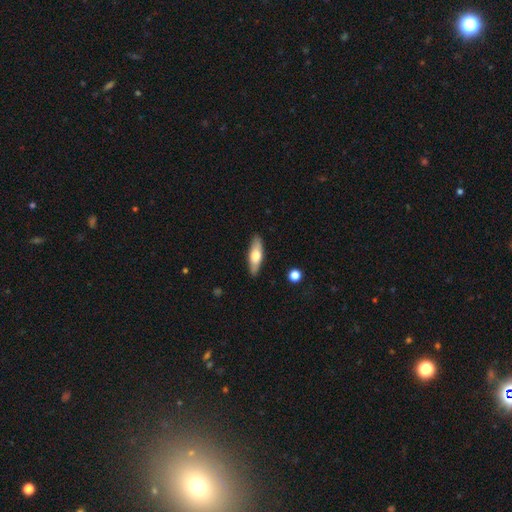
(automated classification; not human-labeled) A smooth galaxy with no disk features (58%) that is in between round and cigar-shaped (50%). Merging: none (87%).